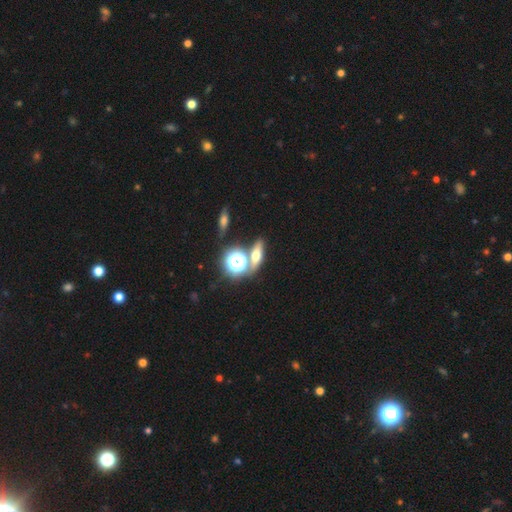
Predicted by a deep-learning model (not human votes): smooth-or-featured: smooth: 46% | featured or disk: 29% | star or artifact: 25%
  merging: none: 74% | merger: 14% | minor disturbance: 9% | major disturbance: 4%